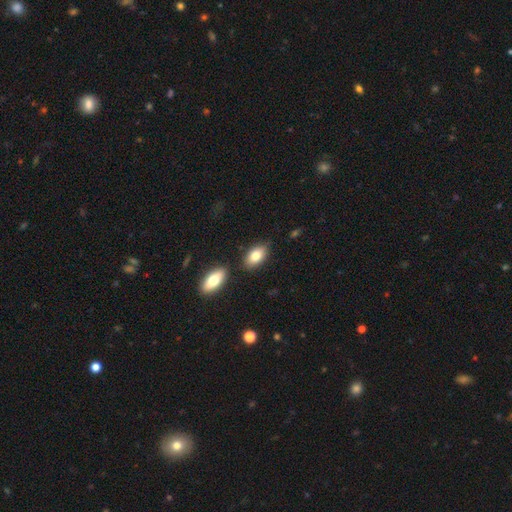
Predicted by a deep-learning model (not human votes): Morphology: type=smooth (82%); roundness=in between (91%); merging=none (77%).